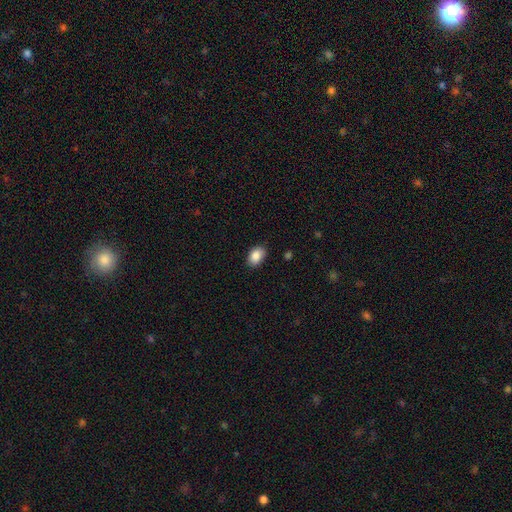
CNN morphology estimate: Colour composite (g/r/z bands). It shows a smooth galaxy with no disk features (88%) that is in between round and cigar-shaped (86%). Merging: none (87%).